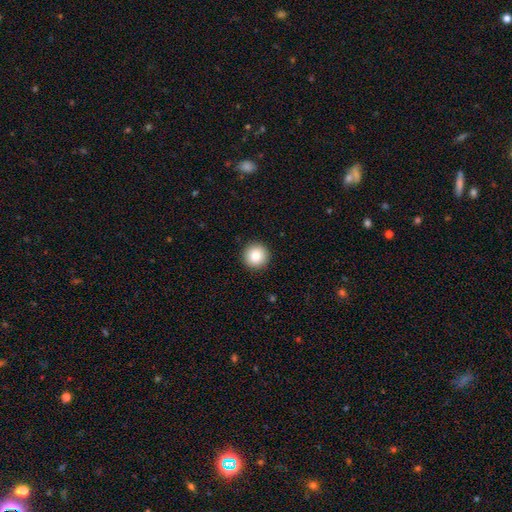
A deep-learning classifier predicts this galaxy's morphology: A smooth galaxy with no disk features (83%) that is round (96%). Merging: none (93%).